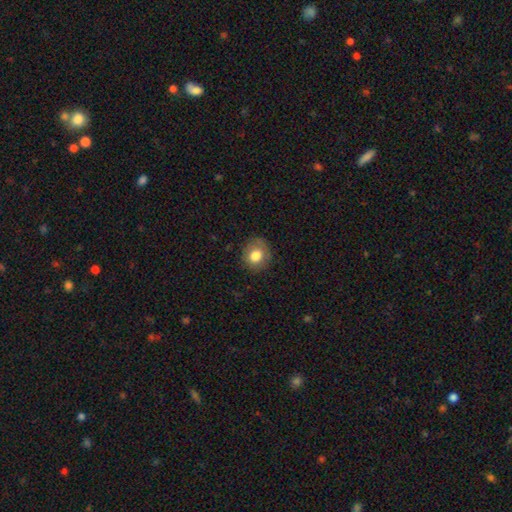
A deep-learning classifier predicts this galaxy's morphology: A smooth galaxy with no disk features (80%) that is round (78%). Merging: none (80%).